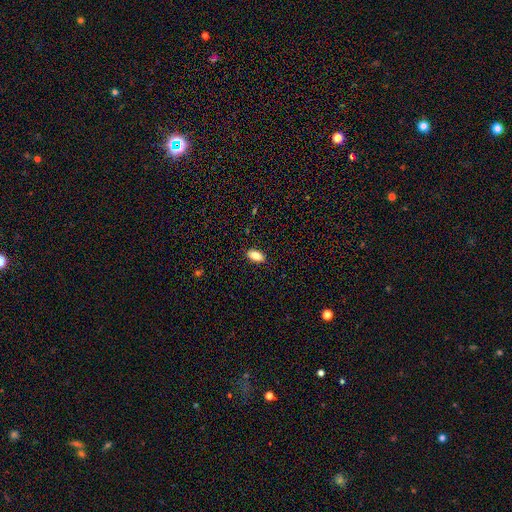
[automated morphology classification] A smooth galaxy with no disk features (85%) that is in between round and cigar-shaped (89%).

Vote fractions:
- Smooth or featured? smooth: 85% / star or artifact: 8% / featured or disk: 7%
- How rounded? in between: 89% / cigar-shaped: 8% / round: 3%
- Merging? none: 89% / minor disturbance: 8% / major disturbance: 2% / merger: 1%